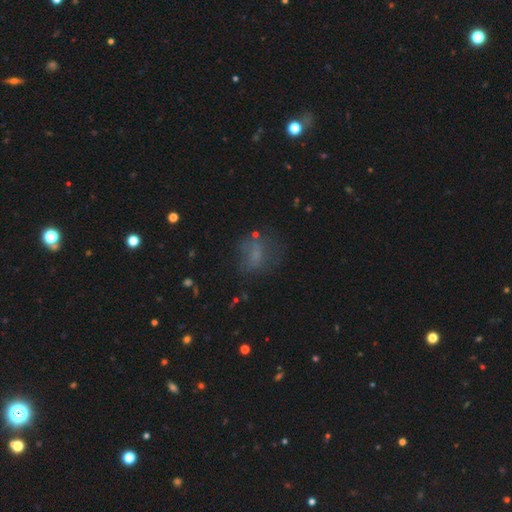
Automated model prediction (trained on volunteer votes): Smooth or featured? smooth (57%)
How rounded? round (50%)
Merging? none (52%)